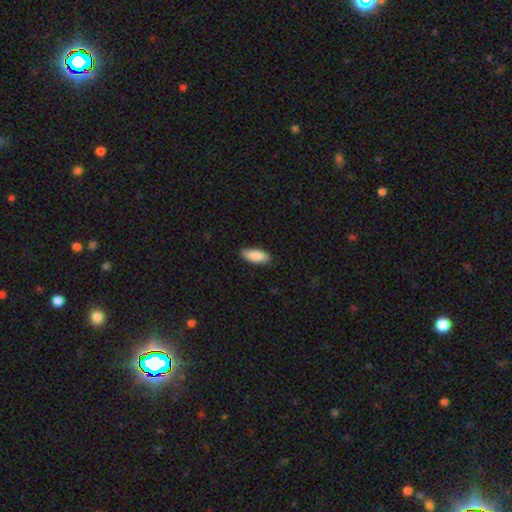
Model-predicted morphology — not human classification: smooth_or_featured: smooth (p=0.88) [alt: featured or disk p=0.06]
how_rounded: in between (p=0.79) [alt: cigar-shaped p=0.19]
merging: none (p=0.86) [alt: minor disturbance p=0.11]